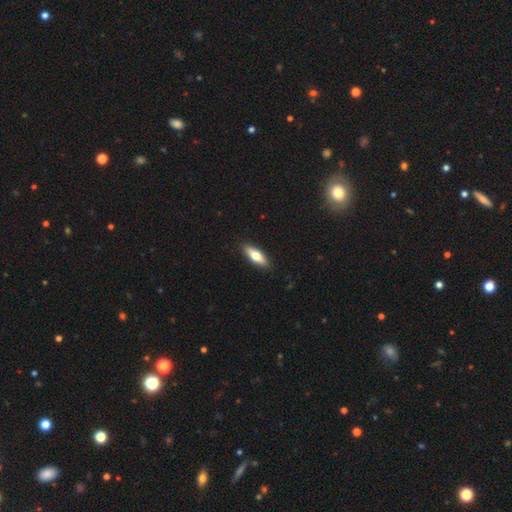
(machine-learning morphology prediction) smooth 59%, featured or disk 36%, star or artifact 6%. Down the decision tree: how rounded — in between (50%); merging — none (91%).